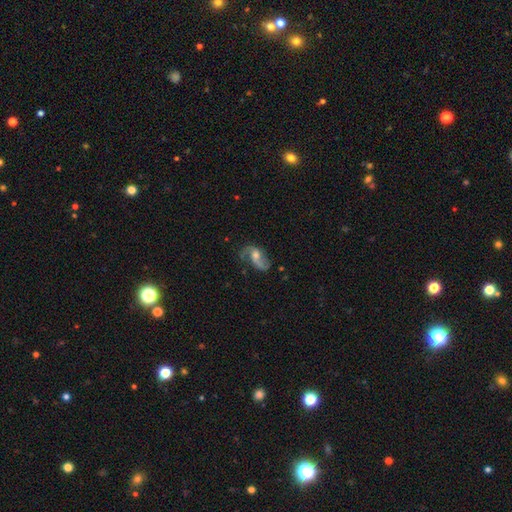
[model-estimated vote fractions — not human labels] Smooth or featured?
  - featured or disk: 79% *
  - smooth: 14%
  - star or artifact: 7%
Edge-on disk?
  - no: 97% *
  - yes: 3%
Bar?
  - no: 52% *
  - weak: 37%
  - strong: 10%
Spiral arms?
  - yes: 93% *
  - no: 7%
Spiral winding?
  - loose: 65% *
  - medium: 29%
  - tight: 7%
Spiral arm count?
  - 2: 87% *
  - 1: 6%
  - can't tell: 4%
  - 3: 1%
  - 4: 1%
  - more than 4: 1%
Bulge size?
  - moderate: 58% *
  - small: 29%
  - large: 7%
  - none: 5%
  - dominant: 1%
Merging?
  - none: 57% *
  - minor disturbance: 23%
  - major disturbance: 18%
  - merger: 3%